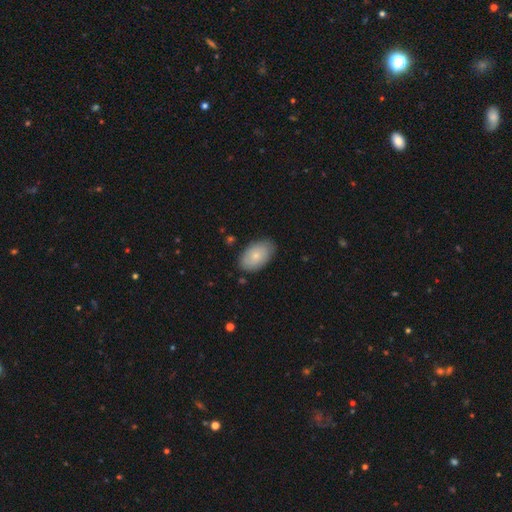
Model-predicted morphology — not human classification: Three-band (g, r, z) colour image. It shows a smooth galaxy with no disk features (70%) that is in between round and cigar-shaped (91%). Merging: none (81%).